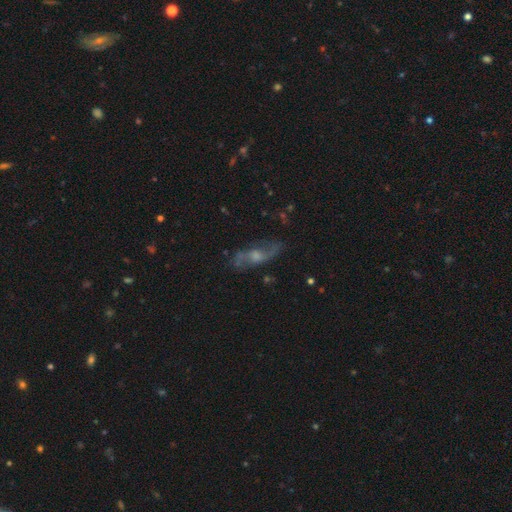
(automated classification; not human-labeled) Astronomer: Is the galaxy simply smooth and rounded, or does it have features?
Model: featured or disk — 73%.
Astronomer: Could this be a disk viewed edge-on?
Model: no — 82%.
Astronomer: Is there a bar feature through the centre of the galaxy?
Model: no — 58% (runner-up: weak, 35%).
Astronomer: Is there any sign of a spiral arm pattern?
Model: yes — 88%.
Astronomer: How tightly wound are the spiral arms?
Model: loose — 64%.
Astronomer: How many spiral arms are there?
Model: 2 — 87%.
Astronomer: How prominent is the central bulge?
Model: moderate — 50% (runner-up: small, 29%).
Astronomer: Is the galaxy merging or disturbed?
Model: none — 73%.